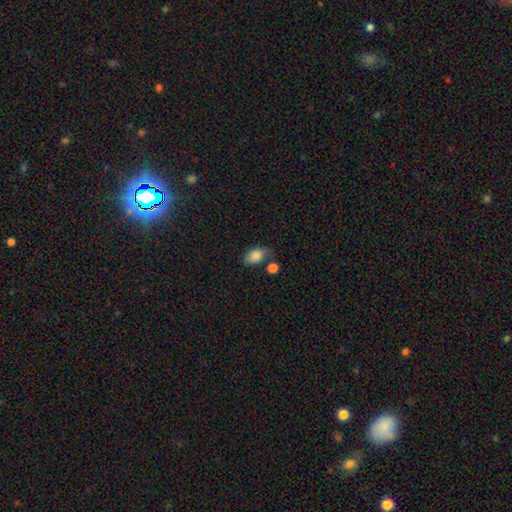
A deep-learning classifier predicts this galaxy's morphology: A smooth galaxy with no disk features (84%) that is in between round and cigar-shaped (87%). Merging: none (52%).